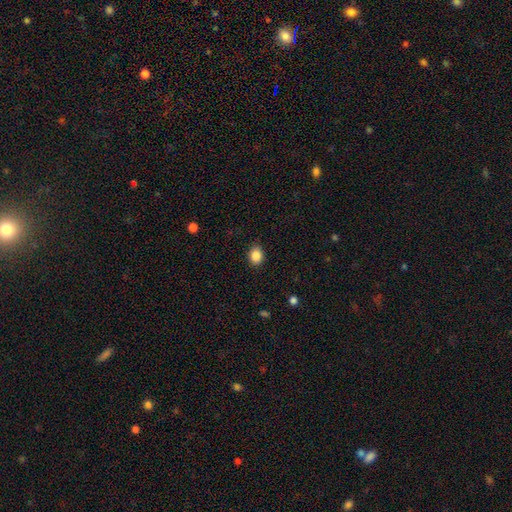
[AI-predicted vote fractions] Smooth or featured?
  - smooth: 86% *
  - star or artifact: 9%
  - featured or disk: 4%
How rounded?
  - in between: 54% *
  - round: 45%
  - cigar-shaped: 1%
Merging?
  - none: 87% *
  - minor disturbance: 10%
  - major disturbance: 2%
  - merger: 1%